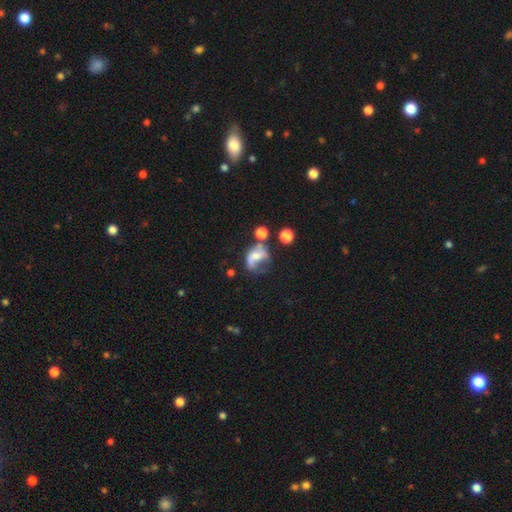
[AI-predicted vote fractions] A featured or disk galaxy (48%).

Vote fractions:
- Smooth or featured? featured or disk: 48% / smooth: 40% / star or artifact: 12%
- Merging? major disturbance: 35% / none: 24% / minor disturbance: 21% / merger: 20%